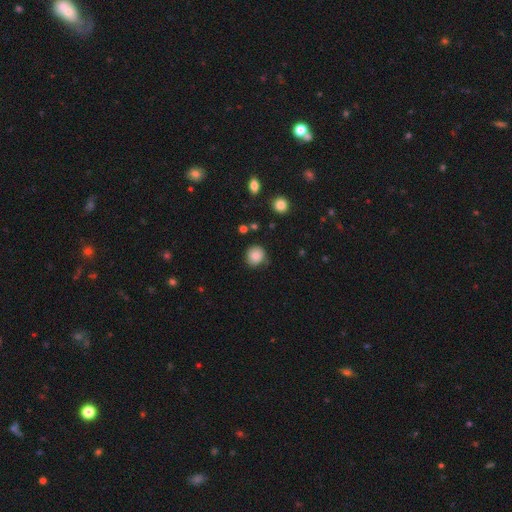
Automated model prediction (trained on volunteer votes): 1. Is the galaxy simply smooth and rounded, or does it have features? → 86% smooth, 9% star or artifact, 5% featured or disk.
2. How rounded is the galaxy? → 88% round, 11% in between, 1% cigar-shaped.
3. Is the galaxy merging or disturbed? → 77% none, 17% minor disturbance, 4% major disturbance, 2% merger.